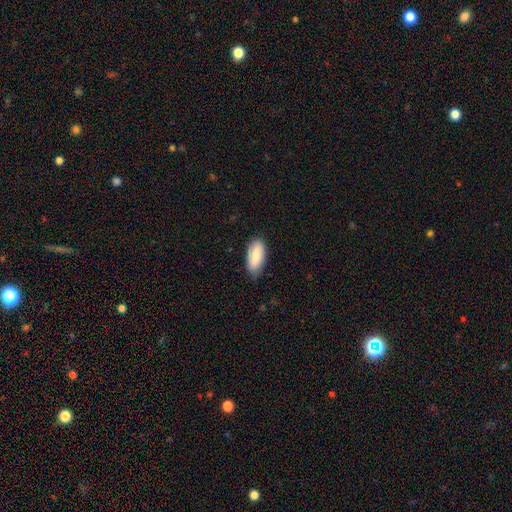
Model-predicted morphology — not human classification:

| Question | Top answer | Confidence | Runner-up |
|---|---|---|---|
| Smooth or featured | smooth | 82% | featured or disk (12%) |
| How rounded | in between | 88% | cigar-shaped (10%) |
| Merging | none | 79% | minor disturbance (17%) |